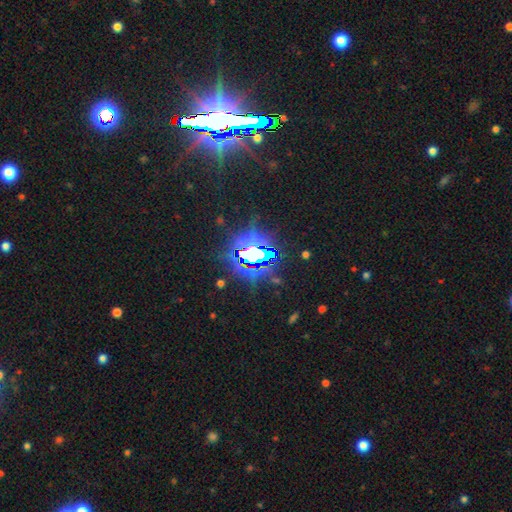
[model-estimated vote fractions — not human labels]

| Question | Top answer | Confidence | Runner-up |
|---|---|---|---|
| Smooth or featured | star or artifact | 79% | smooth (12%) |